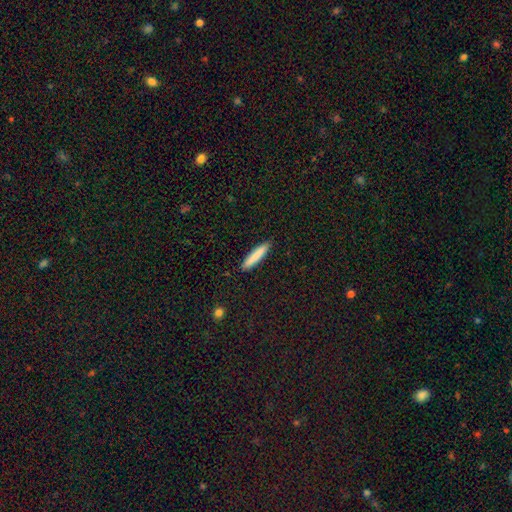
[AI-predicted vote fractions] Q: Smooth or featured?
A: smooth (83%); runner-up: featured or disk (11%)
Q: How rounded?
A: cigar-shaped (90%); runner-up: in between (8%)
Q: Merging?
A: none (90%); runner-up: minor disturbance (7%)